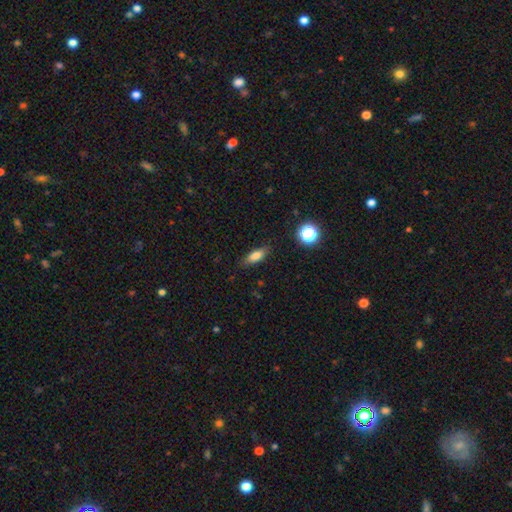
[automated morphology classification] Smooth or featured? smooth (79%)
How rounded? in between (70%)
Merging? none (83%)